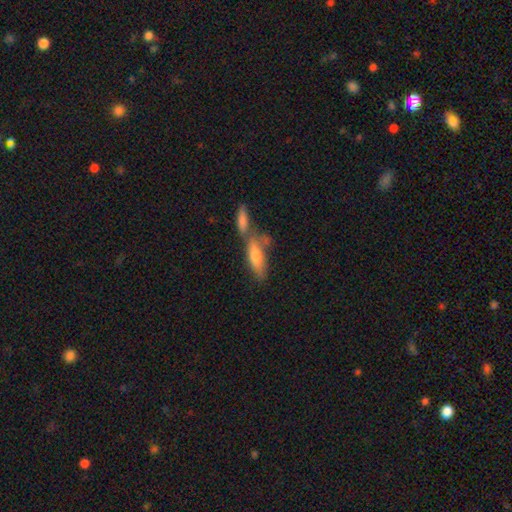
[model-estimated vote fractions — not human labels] Smooth or featured: smooth — 65% (featured or disk — 28%)
How rounded: in between — 53% (cigar-shaped — 45%)
Merging: merger — 42% (none — 41%)